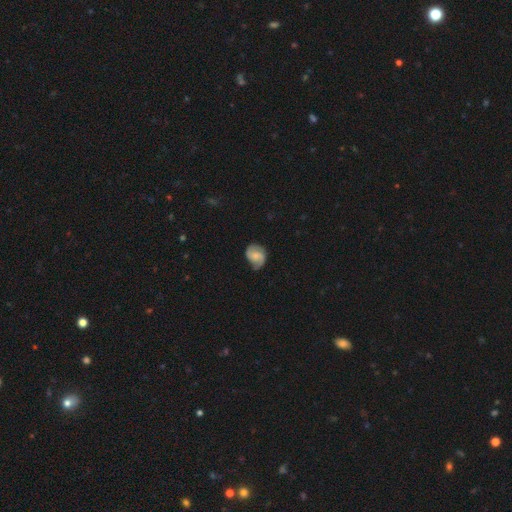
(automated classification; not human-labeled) Smooth or featured? Predicted: featured or disk (p=0.69). Edge-on disk? Predicted: no (p=0.98). Bar? Predicted: no (p=0.50). Spiral arms? Predicted: yes (p=0.95). Spiral winding? Predicted: medium (p=0.47). Spiral arm count? Predicted: 2 (p=0.84). Bulge size? Predicted: small (p=0.35). Merging? Predicted: none (p=0.69).